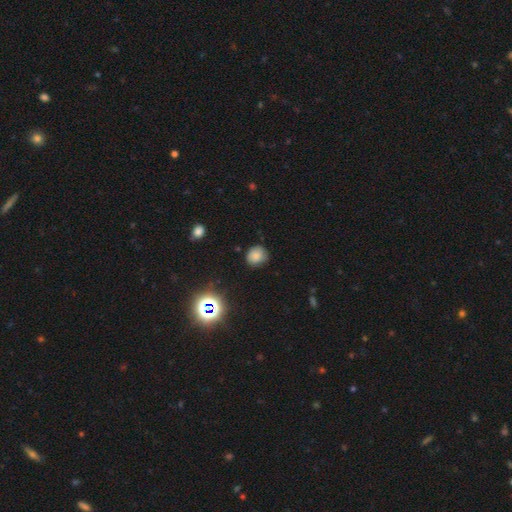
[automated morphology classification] smooth-or-featured: smooth: 79% | star or artifact: 14% | featured or disk: 7%
  how-rounded: round: 79% | in between: 20% | cigar-shaped: 1%
  merging: none: 77% | minor disturbance: 18% | major disturbance: 3% | merger: 2%